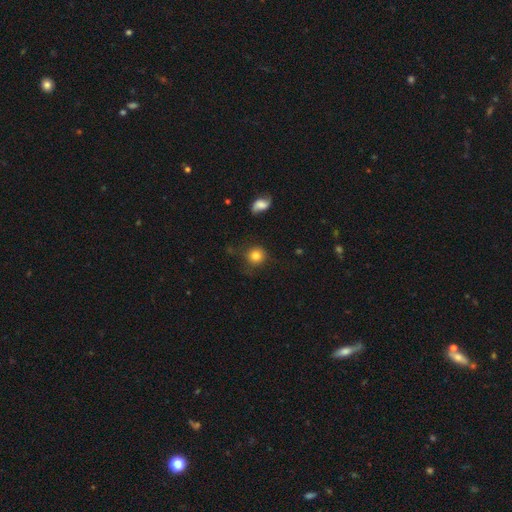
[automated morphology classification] smooth 81%, star or artifact 10%, featured or disk 8%. Down the decision tree: how rounded — round (91%); merging — none (78%).